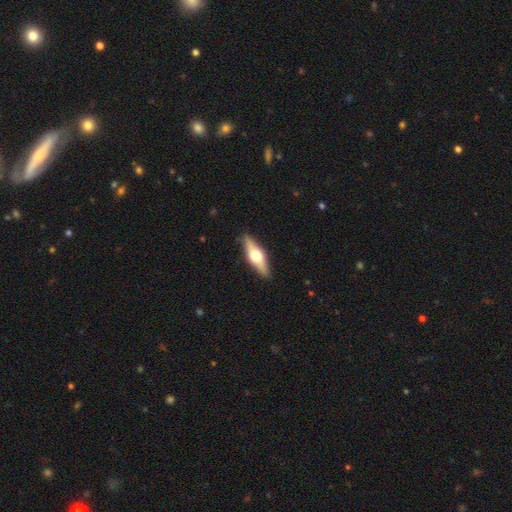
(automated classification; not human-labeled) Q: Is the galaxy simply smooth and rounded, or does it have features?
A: featured or disk — 58%.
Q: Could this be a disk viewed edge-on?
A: yes — 94%.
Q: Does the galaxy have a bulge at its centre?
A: rounded — 94%.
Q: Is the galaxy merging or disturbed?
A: none — 88%.